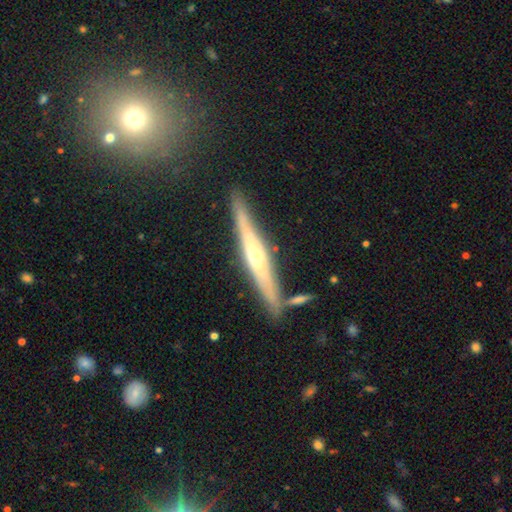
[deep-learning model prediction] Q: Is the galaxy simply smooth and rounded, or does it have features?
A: featured or disk — 73%.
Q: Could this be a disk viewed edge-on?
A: yes — 95%.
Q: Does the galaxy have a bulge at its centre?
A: rounded — 81%.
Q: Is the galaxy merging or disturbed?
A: none — 84%.